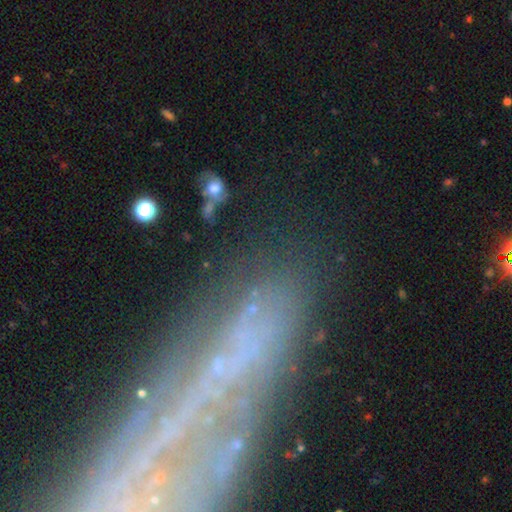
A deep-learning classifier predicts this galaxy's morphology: featured or disk 46%, smooth 29%, star or artifact 24%. Down the decision tree: merging — none (62%).